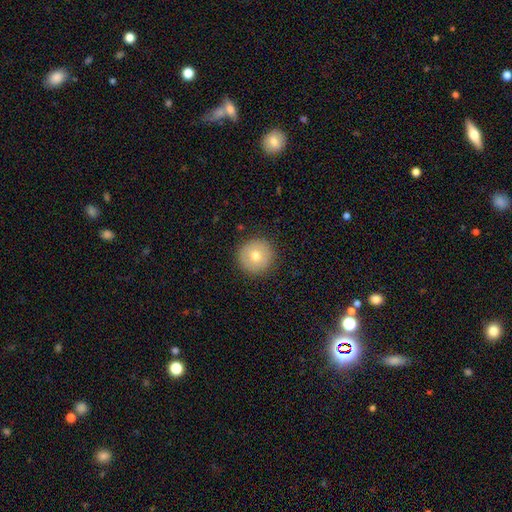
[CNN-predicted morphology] type=smooth (72%); roundness=round (96%); merging=none (91%).